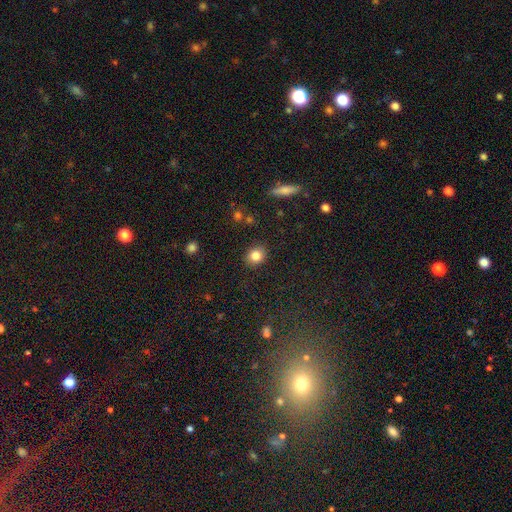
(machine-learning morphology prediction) Overall: smooth (83%). How rounded: round (66%; in between 33%). Merging: none (86%).